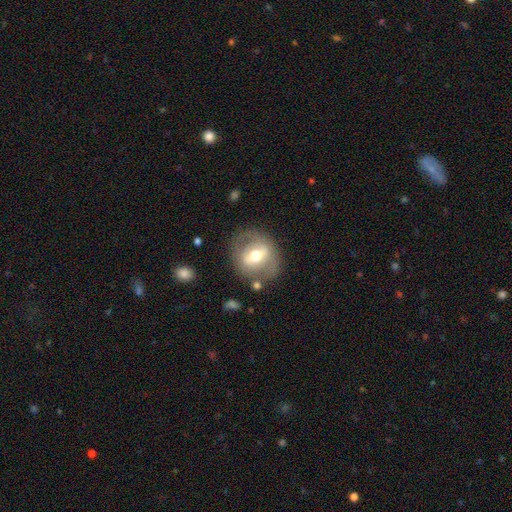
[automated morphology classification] Overall: featured or disk (54%; smooth 39%). Edge-on disk: no (90%). Merging: none (73%).